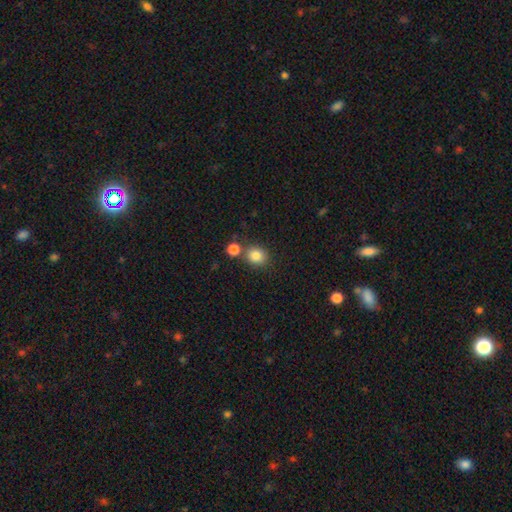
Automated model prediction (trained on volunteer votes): smooth-or-featured: smooth: 83% | star or artifact: 11% | featured or disk: 6%
  how-rounded: round: 77% | in between: 23% | cigar-shaped: 1%
  merging: none: 69% | merger: 18% | minor disturbance: 10% | major disturbance: 3%